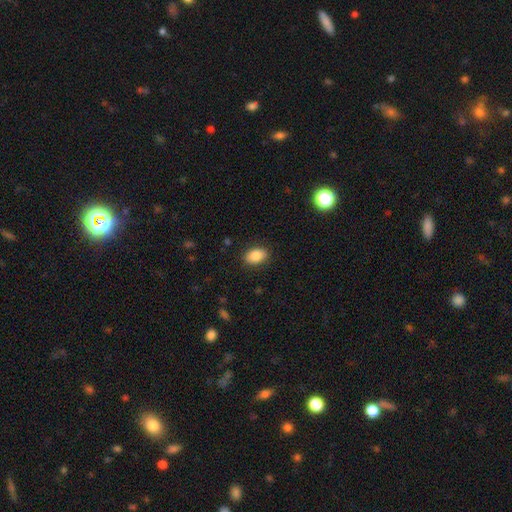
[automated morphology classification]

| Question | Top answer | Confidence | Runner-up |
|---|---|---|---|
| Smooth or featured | smooth | 86% | star or artifact (8%) |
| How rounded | in between | 86% | round (13%) |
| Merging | none | 88% | minor disturbance (9%) |